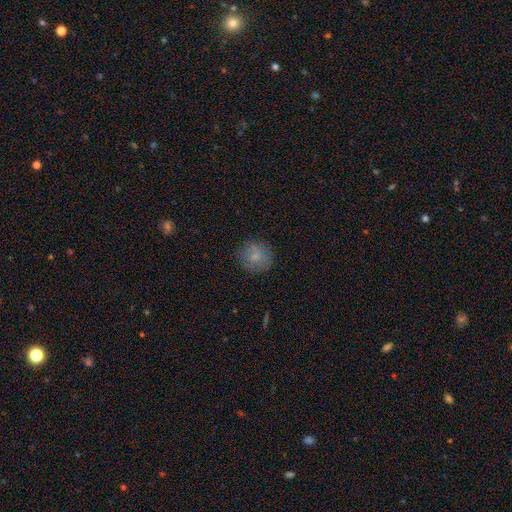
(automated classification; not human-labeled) This is likely a smooth galaxy (77%). How rounded: clearly round (91%). Merging: clearly none (82%).